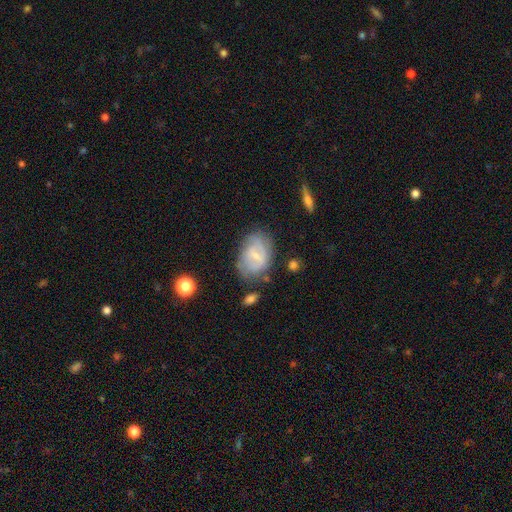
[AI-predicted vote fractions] Overall: featured or disk (59%; smooth 34%). Edge-on disk: no (96%). Bar: weak (55%; no 24%). Spiral arms: yes (70%). Bulge size: small (60%; moderate 22%). Merging: none (62%; minor disturbance 24%).